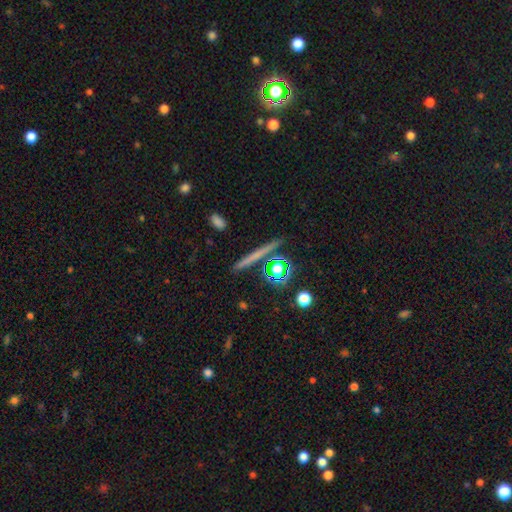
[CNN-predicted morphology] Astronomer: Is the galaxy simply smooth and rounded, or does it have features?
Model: smooth — 46% (runner-up: featured or disk, 29%).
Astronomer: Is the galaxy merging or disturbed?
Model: none — 87%.